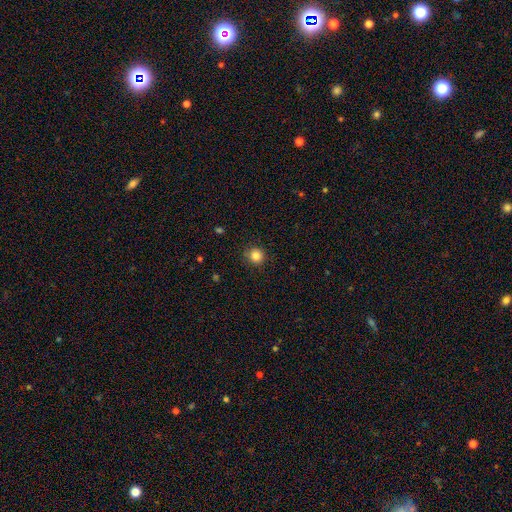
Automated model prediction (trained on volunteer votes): Smooth or featured? Predicted: smooth (p=0.85). How rounded? Predicted: round (p=0.91). Merging? Predicted: none (p=0.88).